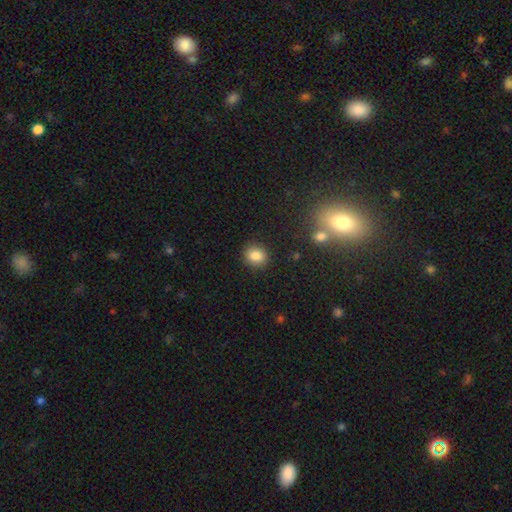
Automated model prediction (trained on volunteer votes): Smooth or featured? Predicted: smooth (p=0.84). How rounded? Predicted: round (p=0.68). Merging? Predicted: none (p=0.88).